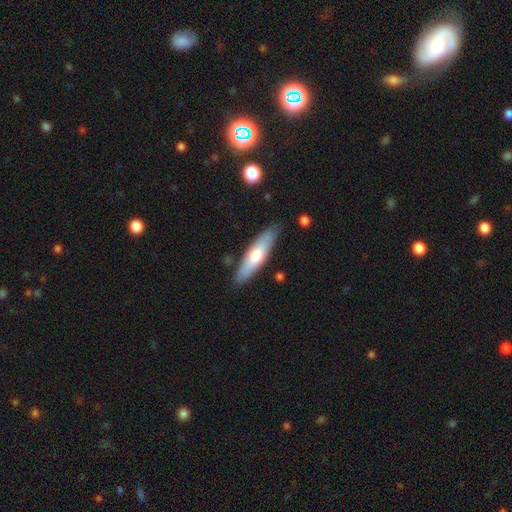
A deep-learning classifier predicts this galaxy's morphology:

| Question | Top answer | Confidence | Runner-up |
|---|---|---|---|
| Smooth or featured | smooth | 60% | featured or disk (35%) |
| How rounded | cigar-shaped | 69% | in between (30%) |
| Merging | none | 84% | minor disturbance (12%) |